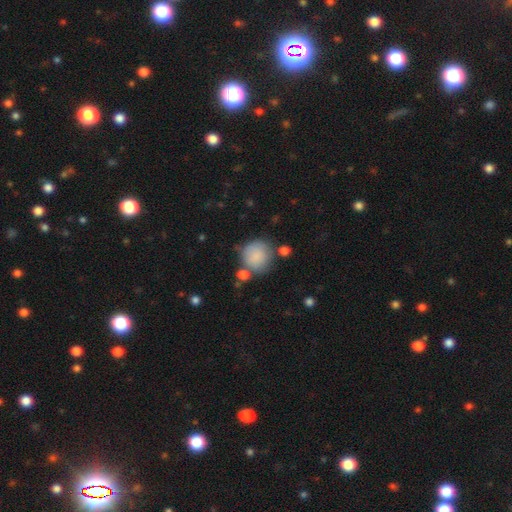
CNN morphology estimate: A smooth galaxy with no disk features (83%) that is round (86%). Merging: none (58%).